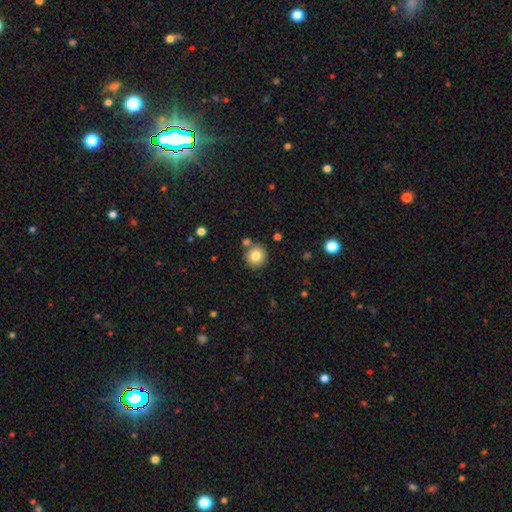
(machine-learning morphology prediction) This appears to be a smooth galaxy with no disk features (81%) that is round (91%). Merging: none (77%).